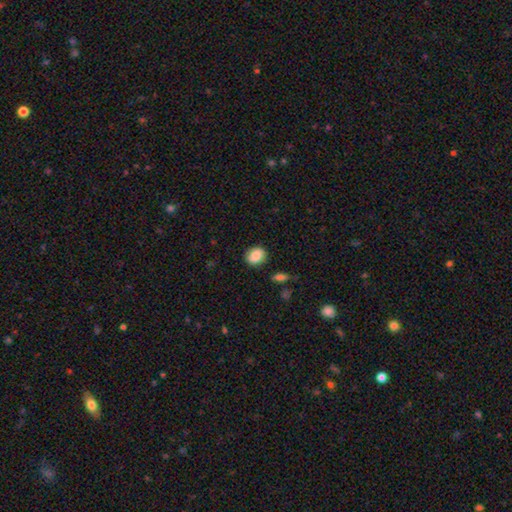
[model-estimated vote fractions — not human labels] smooth_or_featured: smooth (p=0.84) [alt: star or artifact p=0.08]
how_rounded: round (p=0.55) [alt: in between p=0.43]
merging: none (p=0.81) [alt: minor disturbance p=0.14]